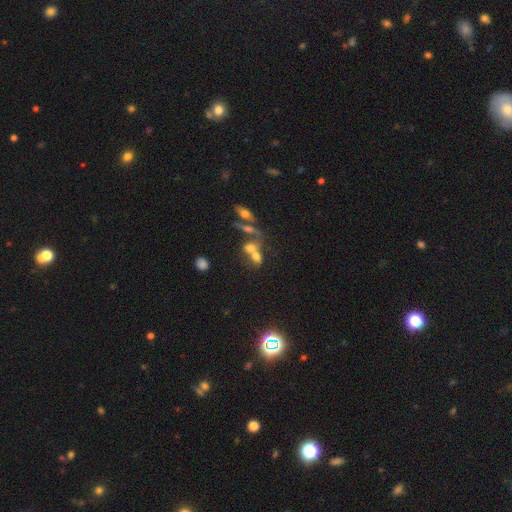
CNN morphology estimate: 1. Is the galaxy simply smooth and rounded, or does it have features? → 61% smooth, 23% featured or disk, 16% star or artifact.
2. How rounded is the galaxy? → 61% in between, 35% round, 5% cigar-shaped.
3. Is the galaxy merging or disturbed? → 63% merger, 23% none, 8% minor disturbance, 7% major disturbance.